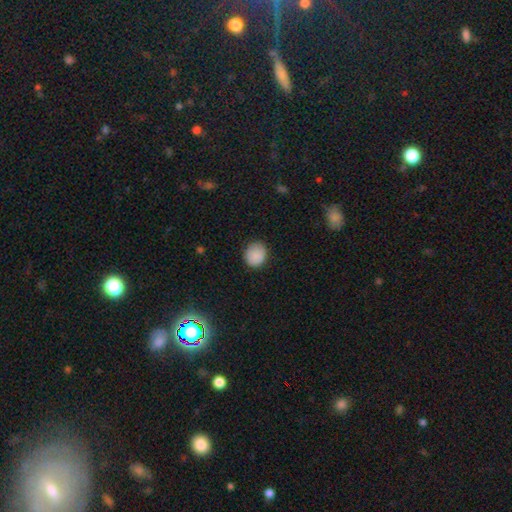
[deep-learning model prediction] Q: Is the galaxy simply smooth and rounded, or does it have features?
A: smooth — 87%.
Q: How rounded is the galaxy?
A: round — 79%.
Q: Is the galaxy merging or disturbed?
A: none — 85%.